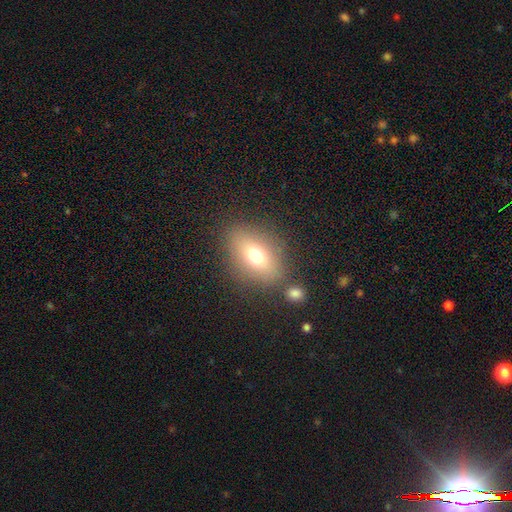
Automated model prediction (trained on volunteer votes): smooth 69%, featured or disk 18%, star or artifact 13%. Down the decision tree: how rounded — in between (71%); merging — none (76%).